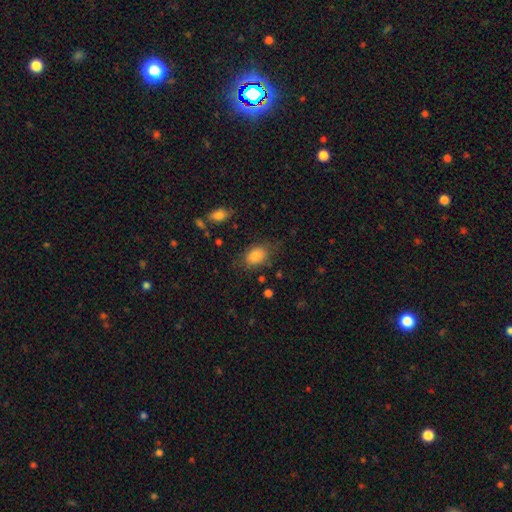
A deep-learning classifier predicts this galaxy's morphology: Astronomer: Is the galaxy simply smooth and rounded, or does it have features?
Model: smooth — 84%.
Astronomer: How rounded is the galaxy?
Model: in between — 79%.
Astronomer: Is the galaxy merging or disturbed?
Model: none — 72%.